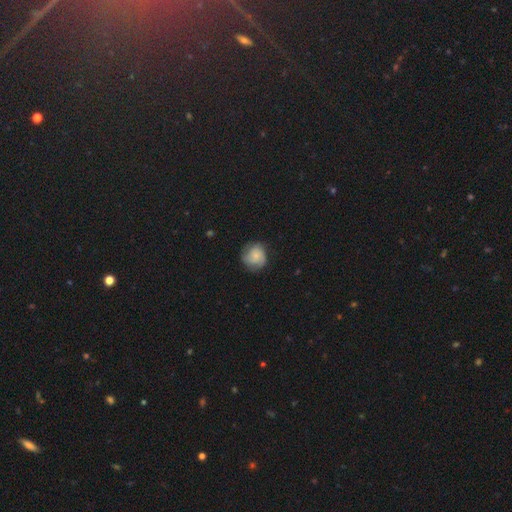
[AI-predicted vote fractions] A smooth galaxy with no disk features (51%) that is round (84%). Merging: none (70%).